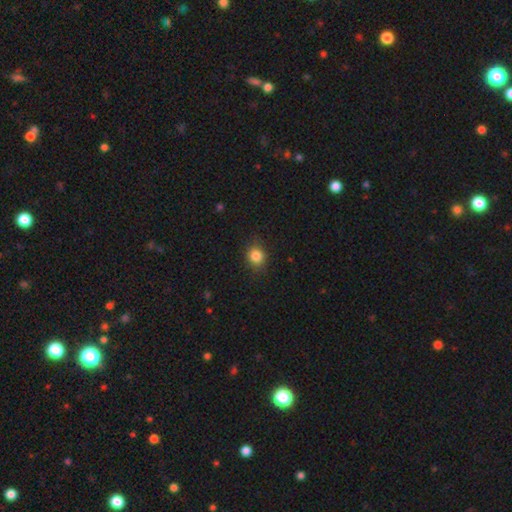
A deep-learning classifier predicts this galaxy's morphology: Overall: smooth (84%). How rounded: round (73%). Merging: none (83%).